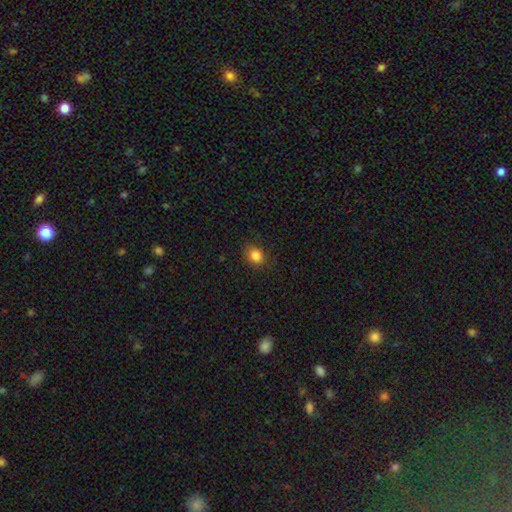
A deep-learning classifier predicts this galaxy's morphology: smooth-or-featured: smooth: 84% | star or artifact: 11% | featured or disk: 4%
  how-rounded: round: 65% | in between: 34% | cigar-shaped: 1%
  merging: none: 87% | minor disturbance: 10% | major disturbance: 3% | merger: 1%